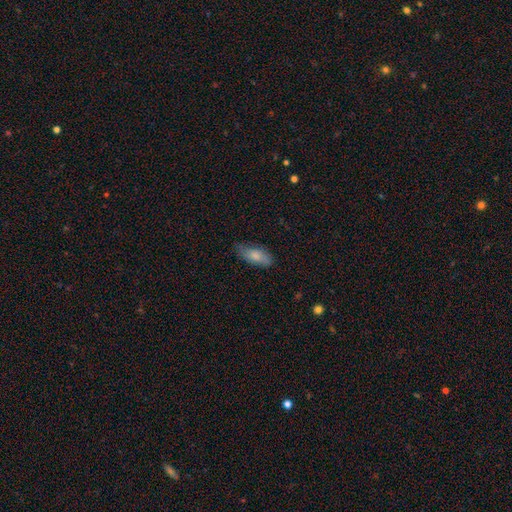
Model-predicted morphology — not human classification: Smooth or featured? Predicted: smooth (p=0.77). How rounded? Predicted: in between (p=0.84). Merging? Predicted: none (p=0.69).